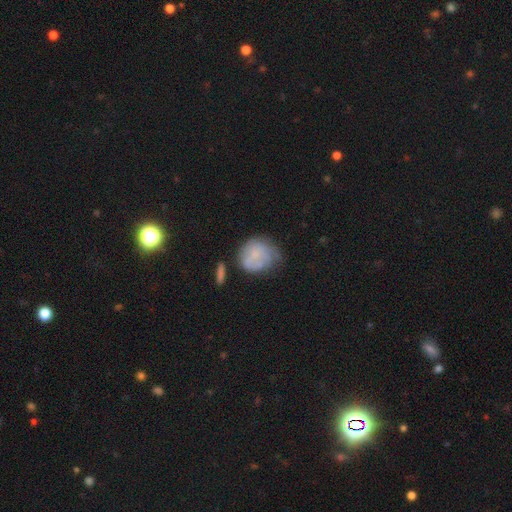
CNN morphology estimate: Smooth or featured? smooth (57%)
How rounded? round (71%)
Merging? none (39%)